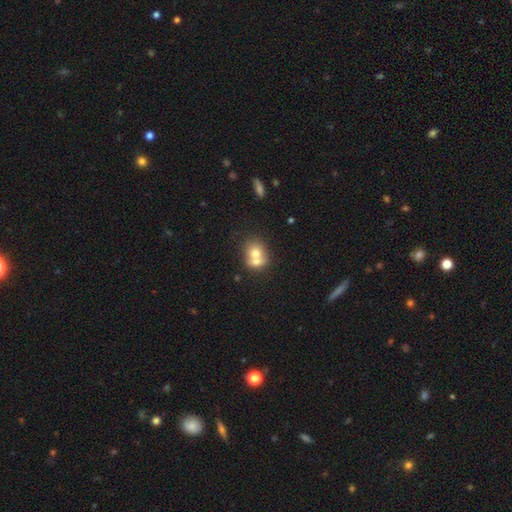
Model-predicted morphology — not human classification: type=smooth (67%); roundness=round (65%); merging=merger (64%).